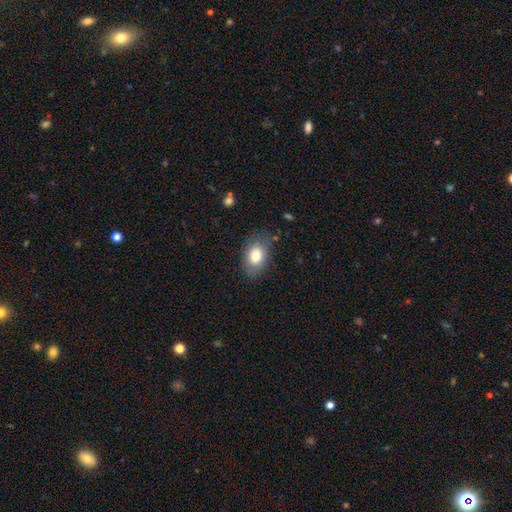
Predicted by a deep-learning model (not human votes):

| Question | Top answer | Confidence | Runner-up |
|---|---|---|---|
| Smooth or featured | smooth | 79% | featured or disk (14%) |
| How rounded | in between | 86% | round (12%) |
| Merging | none | 77% | minor disturbance (17%) |